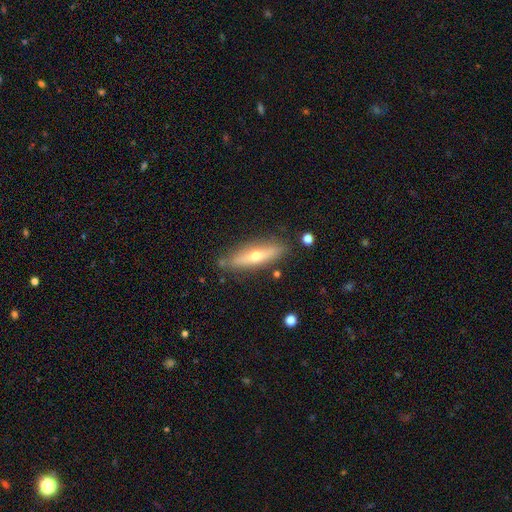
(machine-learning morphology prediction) A featured or disk galaxy (53%) viewed edge-on (82%).

Vote fractions:
- Smooth or featured? featured or disk: 53% / smooth: 40% / star or artifact: 7%
- Edge-on disk? yes: 82% / no: 18%
- Merging? none: 82% / minor disturbance: 13% / merger: 3% / major disturbance: 3%